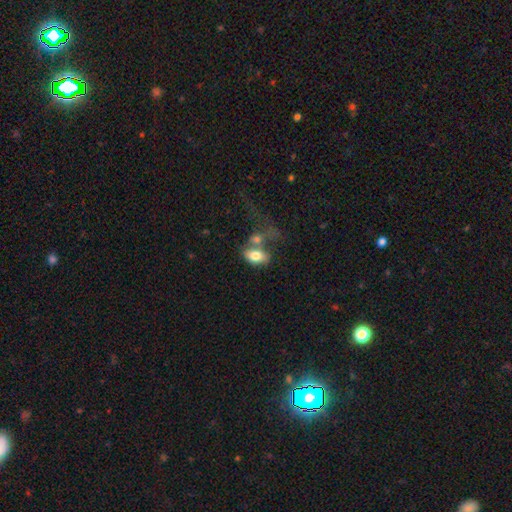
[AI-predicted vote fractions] A smooth galaxy with no disk features (75%) that is in between round and cigar-shaped (89%).

Vote fractions:
- Smooth or featured? smooth: 75% / featured or disk: 17% / star or artifact: 8%
- How rounded? in between: 89% / round: 8% / cigar-shaped: 3%
- Merging? merger: 48% / none: 25% / major disturbance: 16% / minor disturbance: 11%